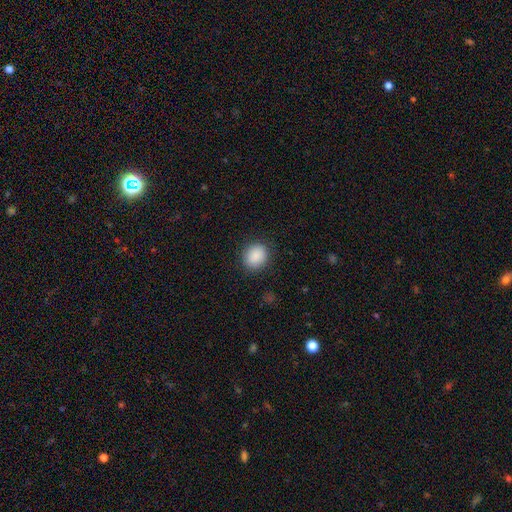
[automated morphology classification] Overall: smooth (89%). How rounded: round (67%; in between 32%). Merging: none (87%).